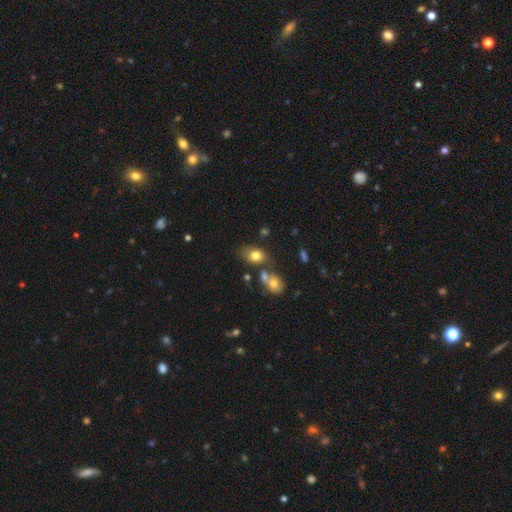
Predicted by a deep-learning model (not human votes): Smooth or featured? smooth (77%)
How rounded? in between (74%)
Merging? none (55%)